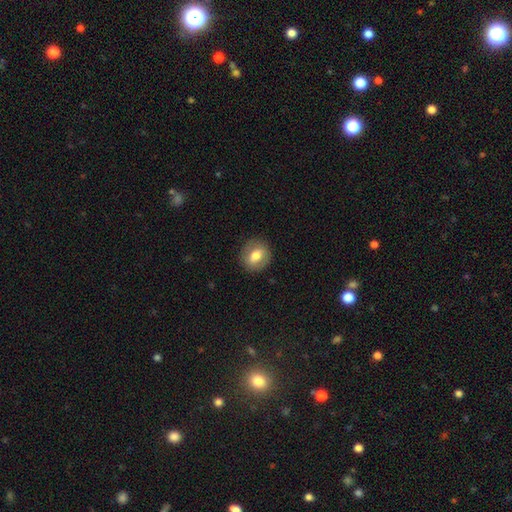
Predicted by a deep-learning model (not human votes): Morphology: type=smooth (69%); roundness=round (68%); merging=none (88%).